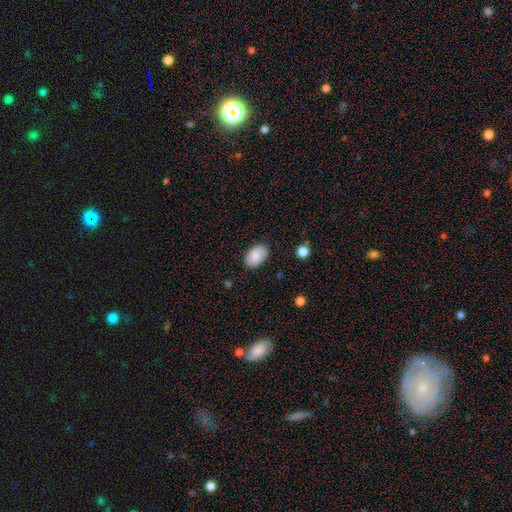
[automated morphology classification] This appears to be a smooth galaxy with no disk features (84%) that is in between round and cigar-shaped (88%). Merging: none (84%).